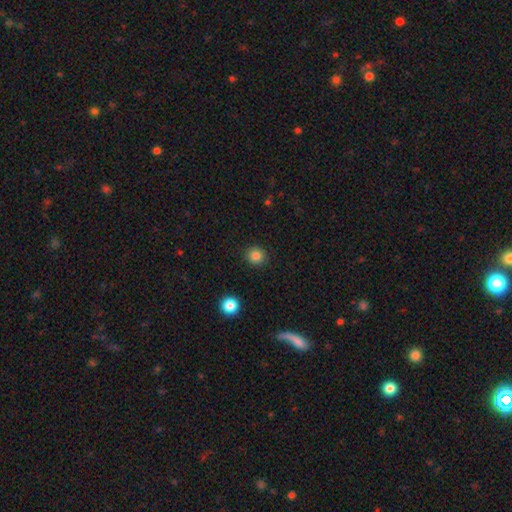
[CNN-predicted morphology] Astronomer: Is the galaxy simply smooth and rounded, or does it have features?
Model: smooth — 84%.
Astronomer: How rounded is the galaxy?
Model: round — 92%.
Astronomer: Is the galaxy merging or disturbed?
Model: none — 91%.